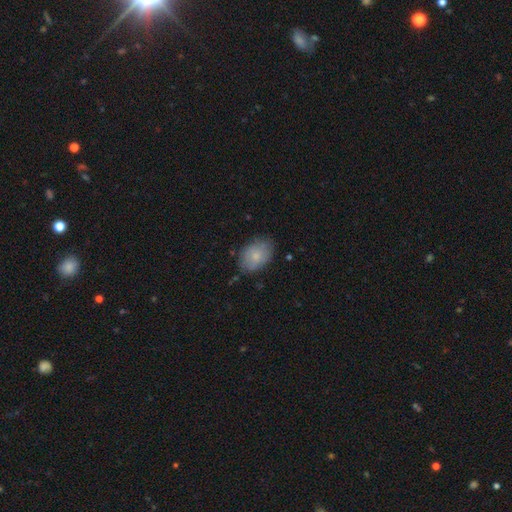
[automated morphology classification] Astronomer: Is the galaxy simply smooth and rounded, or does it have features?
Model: smooth — 75%.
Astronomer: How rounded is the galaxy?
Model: in between — 83%.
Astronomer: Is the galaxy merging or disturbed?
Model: none — 72%.